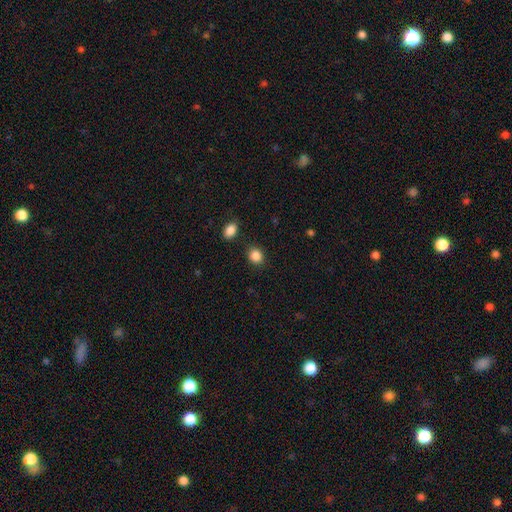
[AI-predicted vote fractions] Smooth or featured? Predicted: smooth (p=0.86). How rounded? Predicted: round (p=0.68). Merging? Predicted: none (p=0.86).